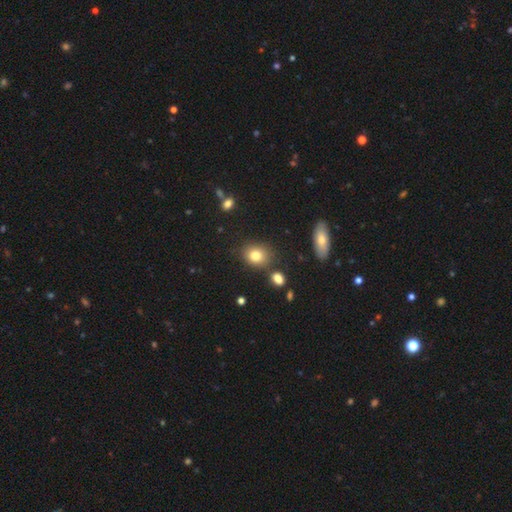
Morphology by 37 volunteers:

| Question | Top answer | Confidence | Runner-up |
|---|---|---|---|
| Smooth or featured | smooth | 86% | featured or disk (8%) |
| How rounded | round | 59% | in between (38%) |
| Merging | none | 74% | minor disturbance (14%) |